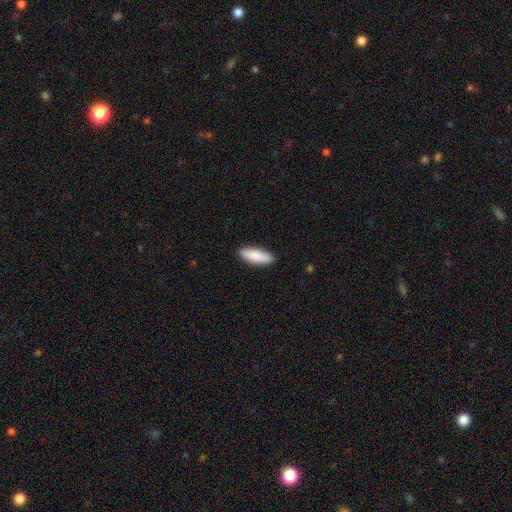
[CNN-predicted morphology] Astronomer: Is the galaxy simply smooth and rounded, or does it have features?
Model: smooth — 88%.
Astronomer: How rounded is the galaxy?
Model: in between — 60% (runner-up: cigar-shaped, 38%).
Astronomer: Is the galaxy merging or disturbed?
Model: none — 90%.